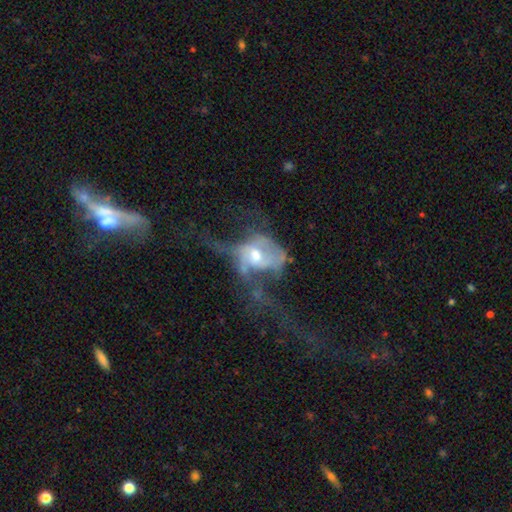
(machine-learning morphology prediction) type=featured or disk (69%); edge-on=no (94%); bar=no (65%); spiral arms=yes (55%); bulge=moderate (65%); merging=major disturbance (60%).